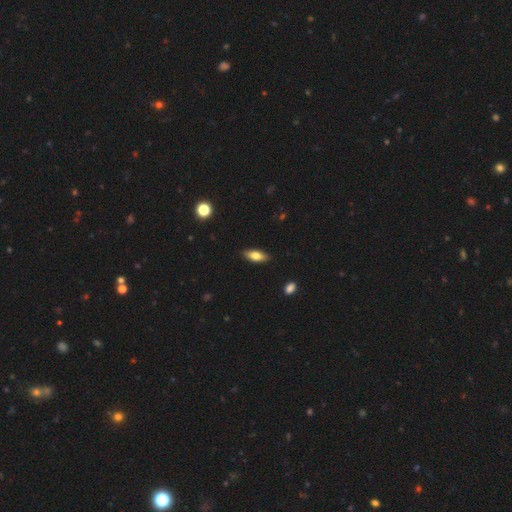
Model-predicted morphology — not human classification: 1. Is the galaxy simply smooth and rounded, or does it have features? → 75% smooth, 18% featured or disk, 7% star or artifact.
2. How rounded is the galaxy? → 75% in between, 22% cigar-shaped, 3% round.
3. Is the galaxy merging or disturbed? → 88% none, 9% minor disturbance, 2% major disturbance, 1% merger.